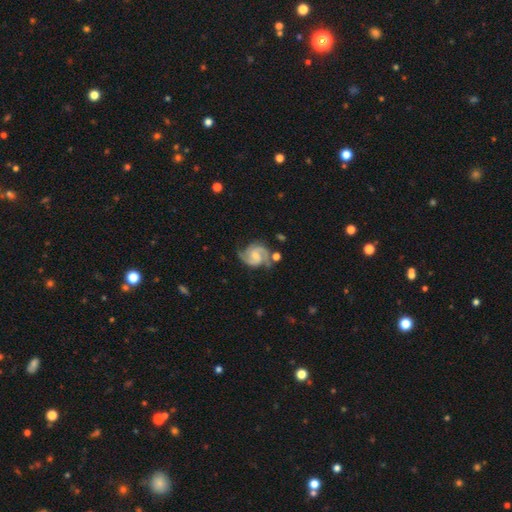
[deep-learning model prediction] Morphology: type=featured or disk (89%); edge-on=no (98%); bar=weak (46%); spiral arms=yes (98%); winding=medium (55%); arm count=2 (87%); bulge=small (50%); merging=none (68%).